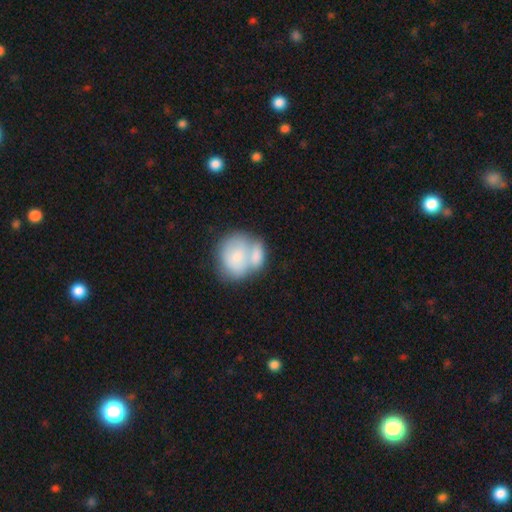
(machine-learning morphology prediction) Smooth or featured? smooth (68%)
How rounded? round (57%)
Merging? merger (64%)